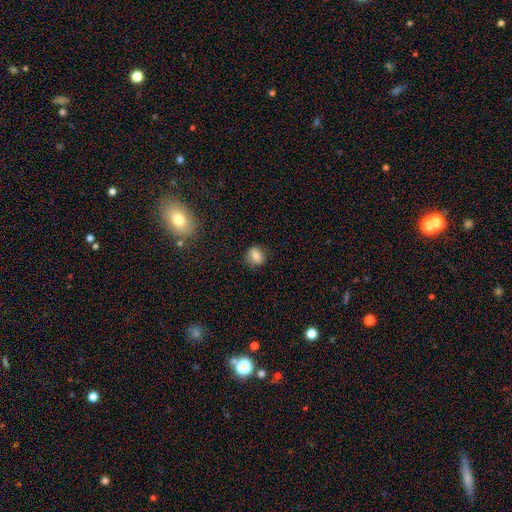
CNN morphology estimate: smooth_or_featured: smooth (p=0.79) [alt: featured or disk p=0.11]
how_rounded: round (p=0.68) [alt: in between p=0.31]
merging: none (p=0.82) [alt: minor disturbance p=0.13]